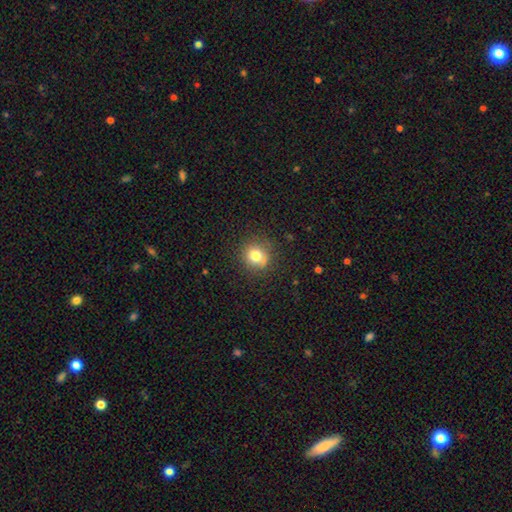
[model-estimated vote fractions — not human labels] Smooth or featured? Predicted: smooth (p=0.78). How rounded? Predicted: round (p=0.88). Merging? Predicted: none (p=0.79).